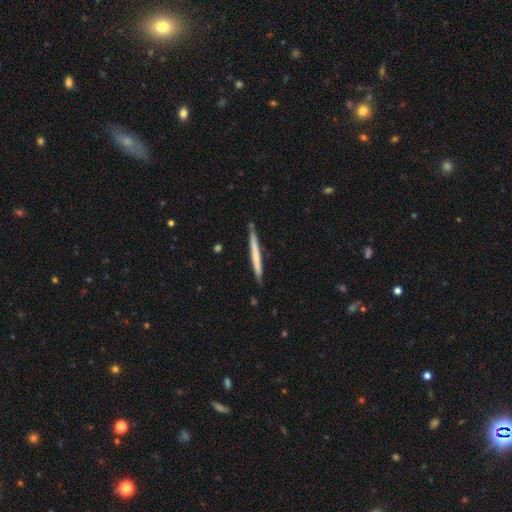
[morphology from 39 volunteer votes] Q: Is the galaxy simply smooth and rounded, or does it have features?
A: smooth — 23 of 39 (59%).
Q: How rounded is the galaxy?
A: cigar-shaped — 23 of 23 (100%).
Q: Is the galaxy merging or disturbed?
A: none — 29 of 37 (78%).